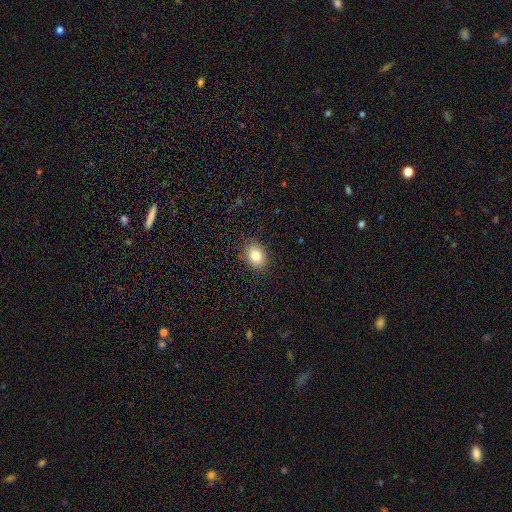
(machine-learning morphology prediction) The model was most divided on "how rounded": in between: 64%, round: 35%, cigar-shaped: 1%. More confident: merging — none (87%); smooth or featured — smooth (81%).